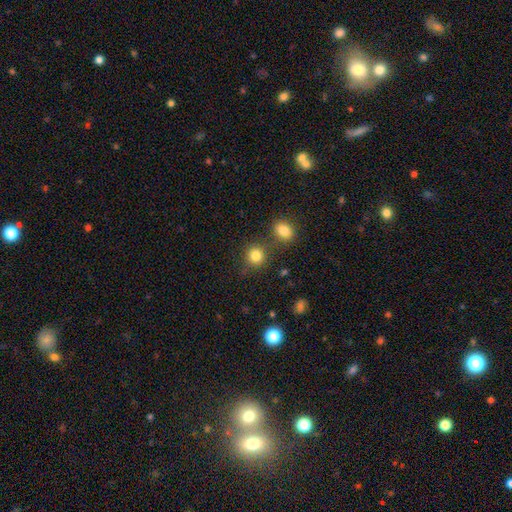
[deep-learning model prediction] A smooth galaxy with no disk features (82%) that is round (87%). Merging: none (73%).